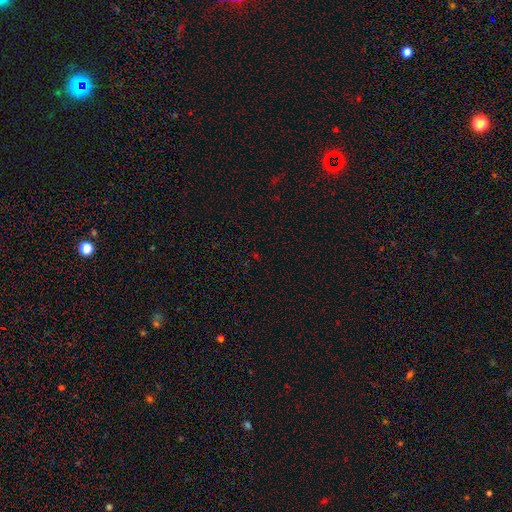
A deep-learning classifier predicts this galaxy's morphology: smooth_or_featured: star or artifact (p=0.66) [alt: smooth p=0.27]